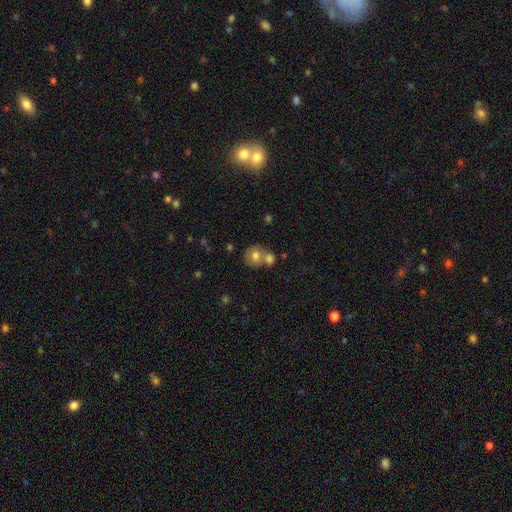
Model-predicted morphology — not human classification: Smooth or featured? Predicted: smooth (p=0.73). How rounded? Predicted: round (p=0.78). Merging? Predicted: merger (p=0.48).